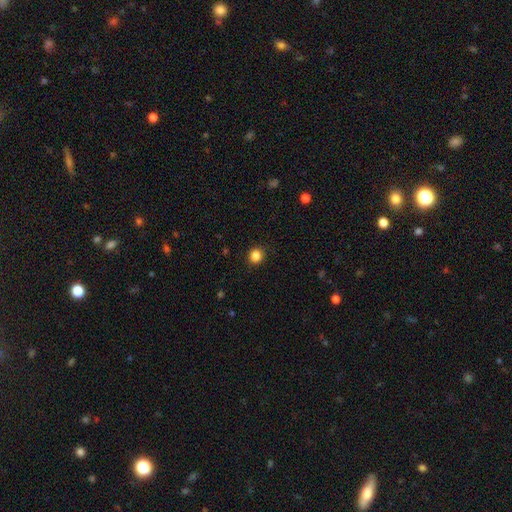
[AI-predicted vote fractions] smooth 85%, star or artifact 11%, featured or disk 4%. Down the decision tree: how rounded — round (84%); merging — none (90%).